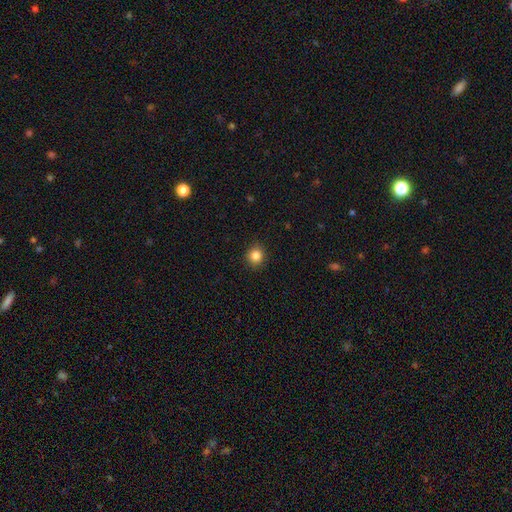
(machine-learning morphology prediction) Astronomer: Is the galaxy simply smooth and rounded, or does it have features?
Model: smooth — 85%.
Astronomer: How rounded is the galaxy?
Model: round — 86%.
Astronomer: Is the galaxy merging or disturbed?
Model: none — 89%.